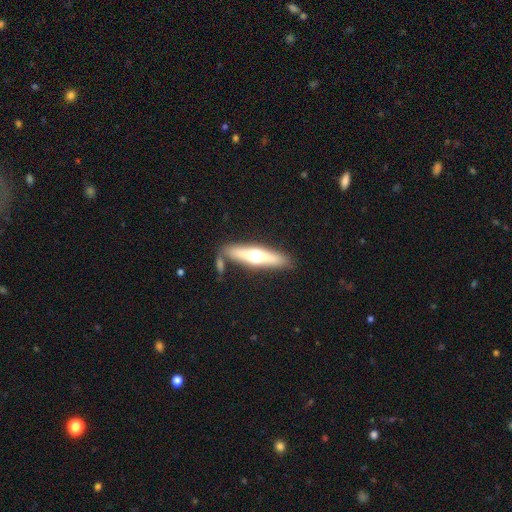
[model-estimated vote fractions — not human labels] featured or disk 53%, smooth 42%, star or artifact 5%. Down the decision tree: edge-on disk — yes (90%); merging — none (76%).